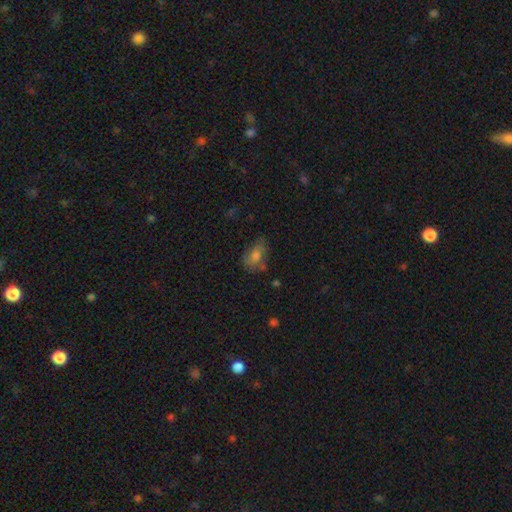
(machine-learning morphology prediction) This appears to be a smooth galaxy with no disk features (64%) that is in between round and cigar-shaped (82%). Merging: none (47%).